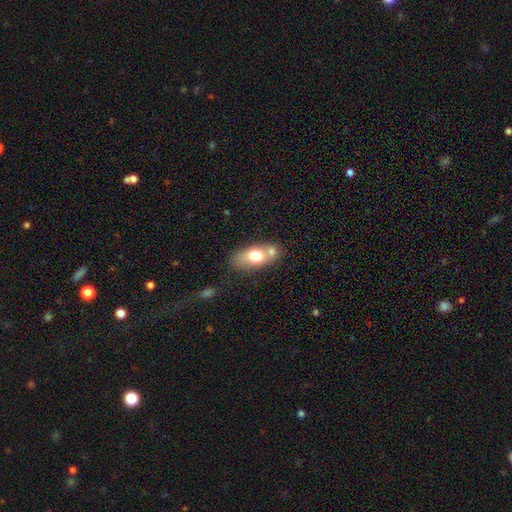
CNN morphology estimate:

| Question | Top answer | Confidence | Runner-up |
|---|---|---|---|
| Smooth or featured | smooth | 67% | featured or disk (25%) |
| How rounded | in between | 80% | round (12%) |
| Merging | none | 45% | merger (35%) |